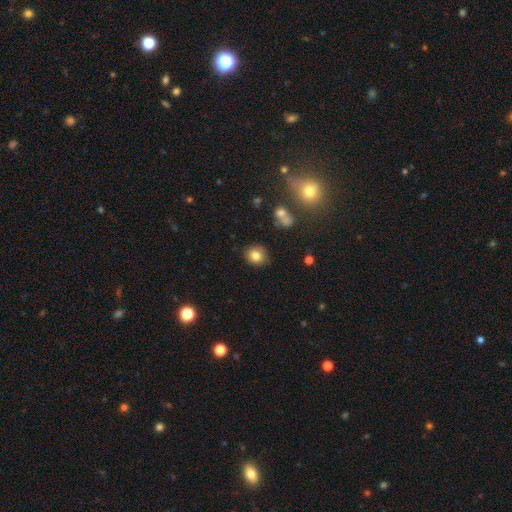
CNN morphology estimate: Overall: smooth (80%). How rounded: round (79%). Merging: none (82%).